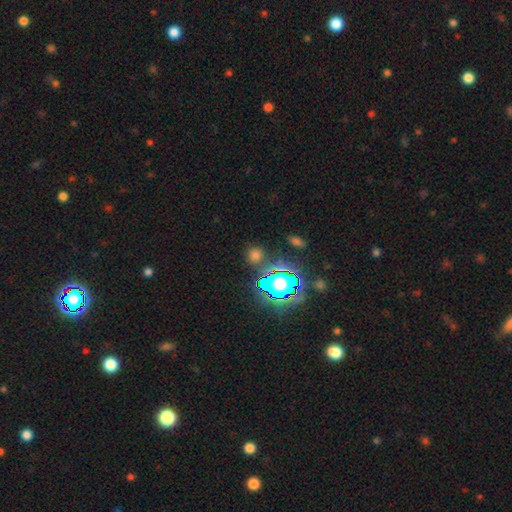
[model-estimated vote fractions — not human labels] Morphology: type=smooth (52%); roundness=round (78%); merging=none (77%).